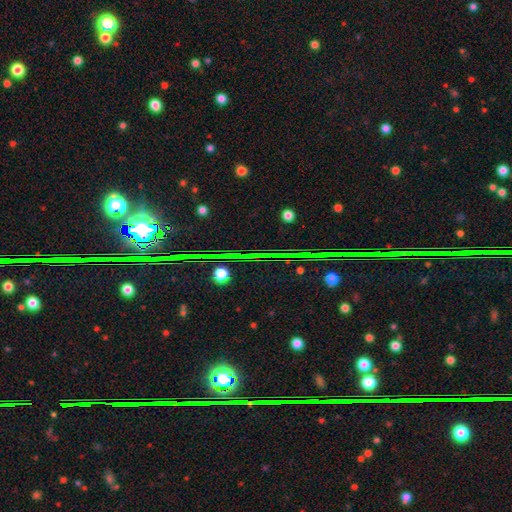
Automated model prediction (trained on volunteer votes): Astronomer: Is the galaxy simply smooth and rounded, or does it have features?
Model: star or artifact — 82%.